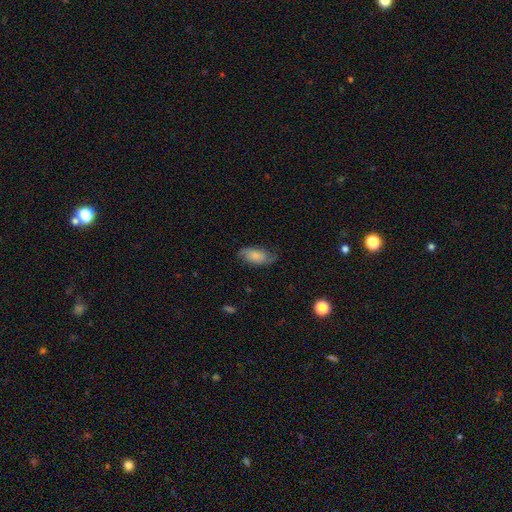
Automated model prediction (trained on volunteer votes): Smooth or featured?
  - smooth: 63% *
  - featured or disk: 29%
  - star or artifact: 8%
How rounded?
  - in between: 90% *
  - cigar-shaped: 7%
  - round: 3%
Merging?
  - none: 70% *
  - minor disturbance: 22%
  - major disturbance: 7%
  - merger: 1%